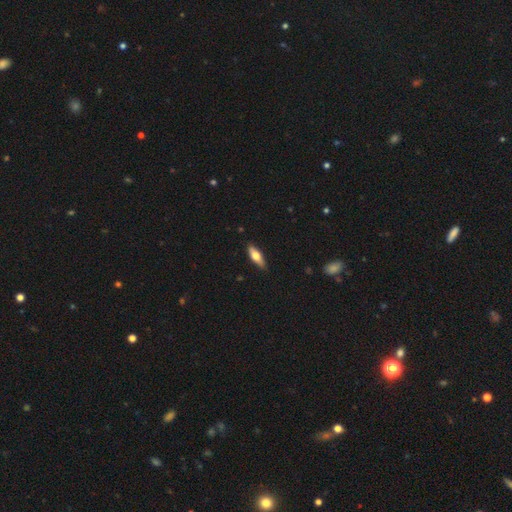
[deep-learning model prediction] This is possibly a smooth galaxy (58%). How rounded: possibly in between (58%). Merging: clearly none (87%).